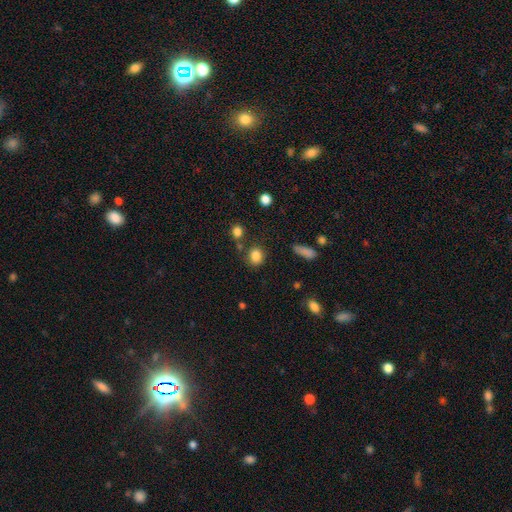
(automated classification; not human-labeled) Overall: smooth (84%). How rounded: round (70%). Merging: none (75%).